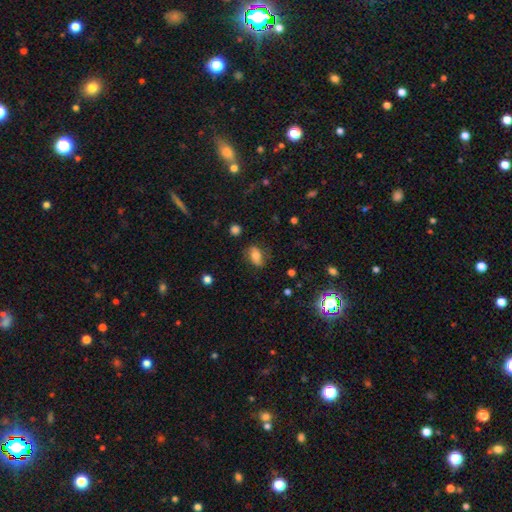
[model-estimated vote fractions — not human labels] This is likely a smooth galaxy (68%). How rounded: clearly in between (82%). Merging: likely none (74%).